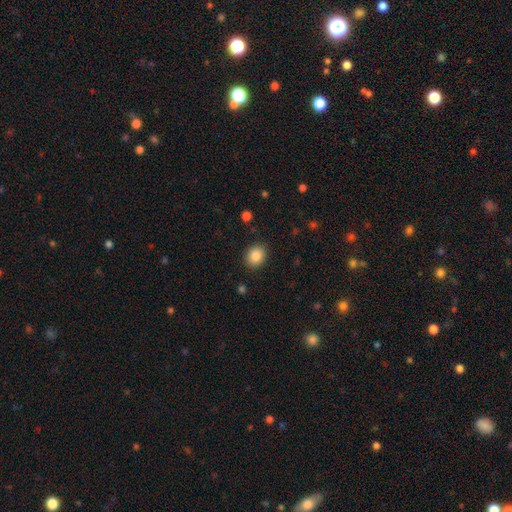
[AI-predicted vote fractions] Morphology: type=smooth (86%); roundness=round (67%); merging=none (88%).